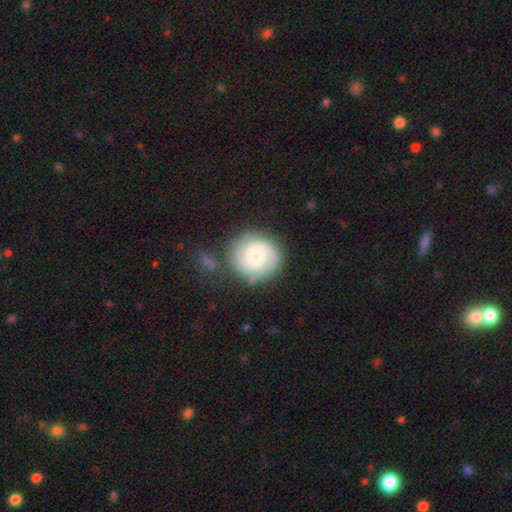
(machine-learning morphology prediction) smooth_or_featured: featured or disk (p=0.54) [alt: smooth p=0.39]
disk_edge_on: no (p=0.98) [alt: yes p=0.02]
bar: no (p=0.68) [alt: weak p=0.27]
has_spiral_arms: yes (p=0.87) [alt: no p=0.13]
bulge_size: moderate (p=0.49) [alt: small p=0.39]
merging: none (p=0.69) [alt: minor disturbance p=0.16]